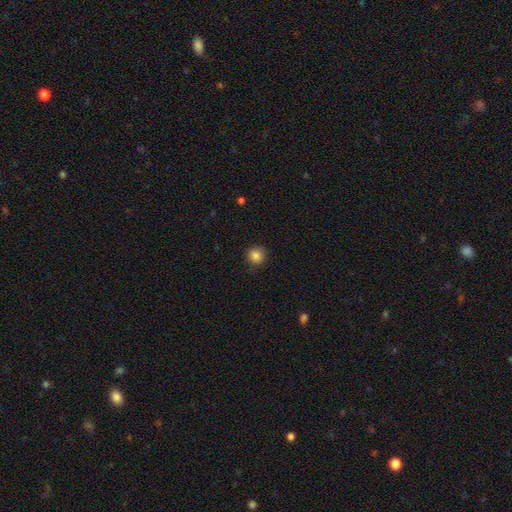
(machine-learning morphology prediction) smooth-or-featured: smooth: 85% | star or artifact: 10% | featured or disk: 5%
  how-rounded: round: 94% | in between: 5% | cigar-shaped: 1%
  merging: none: 90% | minor disturbance: 7% | major disturbance: 2% | merger: 1%